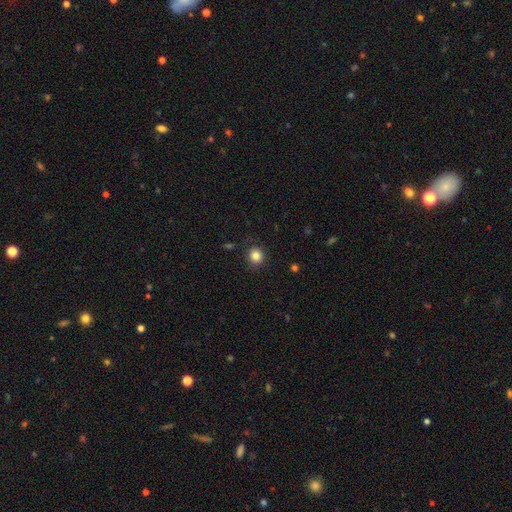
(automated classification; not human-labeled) smooth_or_featured: smooth (p=0.83) [alt: star or artifact p=0.11]
how_rounded: round (p=0.86) [alt: in between p=0.13]
merging: none (p=0.87) [alt: minor disturbance p=0.09]